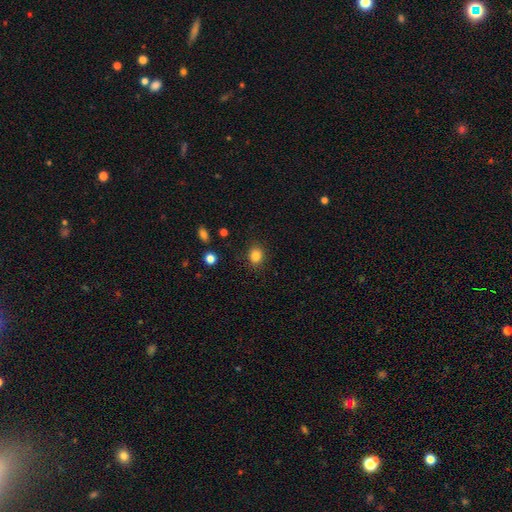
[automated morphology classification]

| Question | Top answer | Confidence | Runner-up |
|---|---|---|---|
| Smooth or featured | smooth | 84% | star or artifact (11%) |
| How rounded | round | 63% | in between (36%) |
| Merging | none | 88% | minor disturbance (9%) |